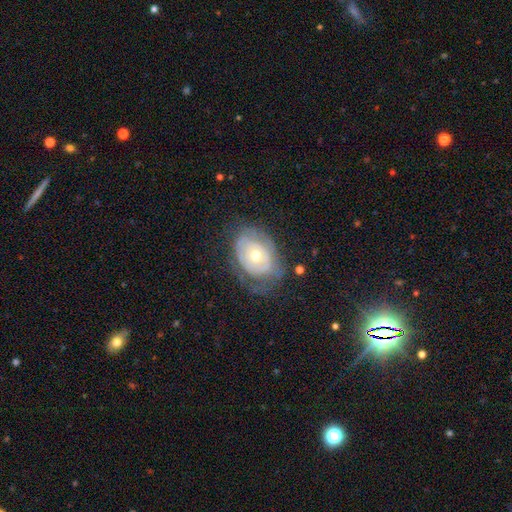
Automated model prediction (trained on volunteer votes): A featured or disk galaxy (62%) with no bar (87%), no spiral arms (56%) and a moderate central bulge (57%). Merging: none (57%).